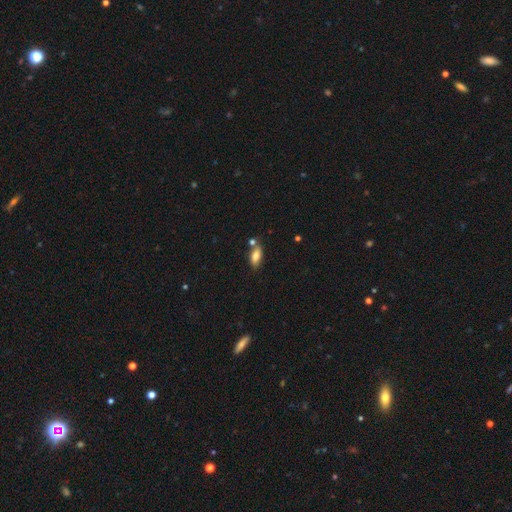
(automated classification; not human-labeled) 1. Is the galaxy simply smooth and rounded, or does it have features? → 80% smooth, 12% featured or disk, 8% star or artifact.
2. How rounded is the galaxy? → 84% in between, 13% cigar-shaped, 3% round.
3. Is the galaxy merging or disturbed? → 71% none, 13% minor disturbance, 13% merger, 3% major disturbance.